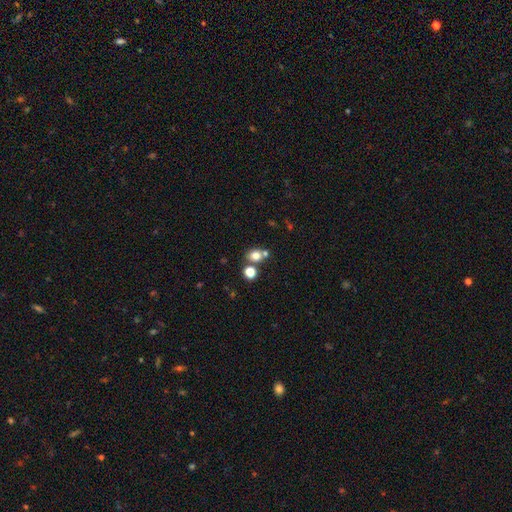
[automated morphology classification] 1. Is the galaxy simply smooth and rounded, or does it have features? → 74% smooth, 16% star or artifact, 10% featured or disk.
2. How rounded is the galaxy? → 64% round, 34% in between, 1% cigar-shaped.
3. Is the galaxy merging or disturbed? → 58% none, 28% merger, 10% minor disturbance, 4% major disturbance.